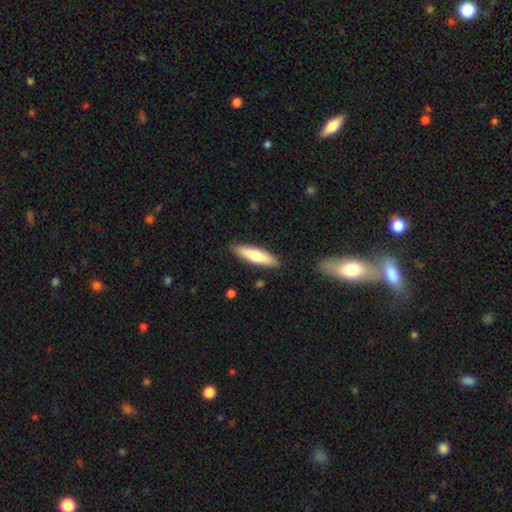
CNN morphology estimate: A smooth galaxy with no disk features (69%) that is cigar-shaped (73%).

Vote fractions:
- Smooth or featured? smooth: 69% / featured or disk: 26% / star or artifact: 5%
- How rounded? cigar-shaped: 73% / in between: 25% / round: 1%
- Merging? none: 88% / minor disturbance: 9% / major disturbance: 2% / merger: 1%